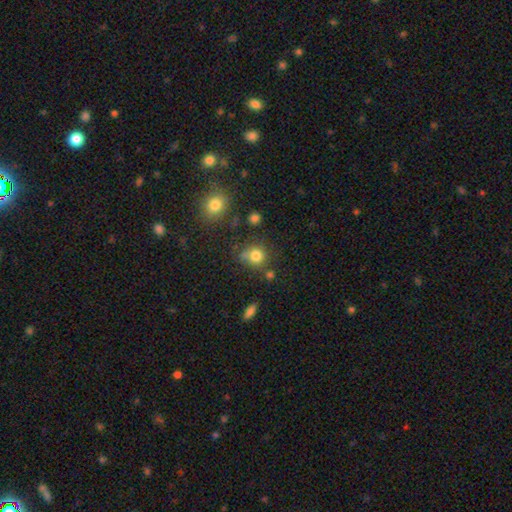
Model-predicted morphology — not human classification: Smooth or featured? smooth (79%)
How rounded? round (86%)
Merging? none (66%)